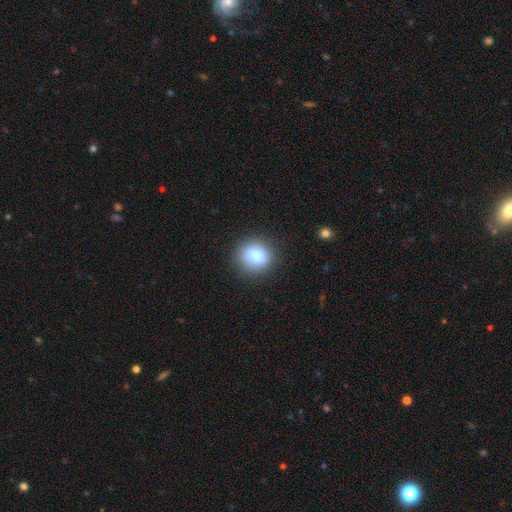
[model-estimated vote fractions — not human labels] Morphology: type=smooth (86%); roundness=round (79%); merging=none (86%).